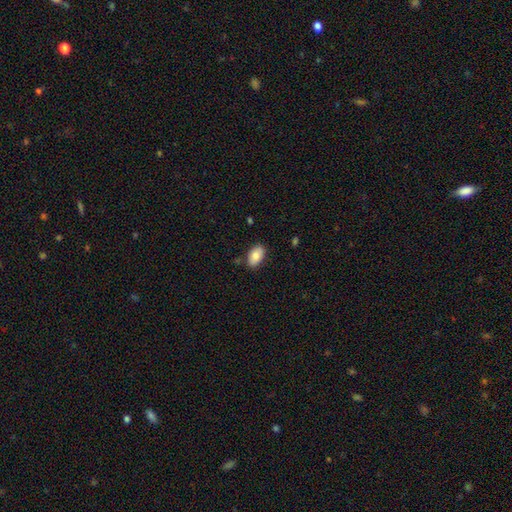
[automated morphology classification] Smooth or featured?
  - smooth: 83% *
  - featured or disk: 11%
  - star or artifact: 7%
How rounded?
  - in between: 94% *
  - round: 4%
  - cigar-shaped: 2%
Merging?
  - none: 83% *
  - minor disturbance: 12%
  - major disturbance: 2%
  - merger: 2%